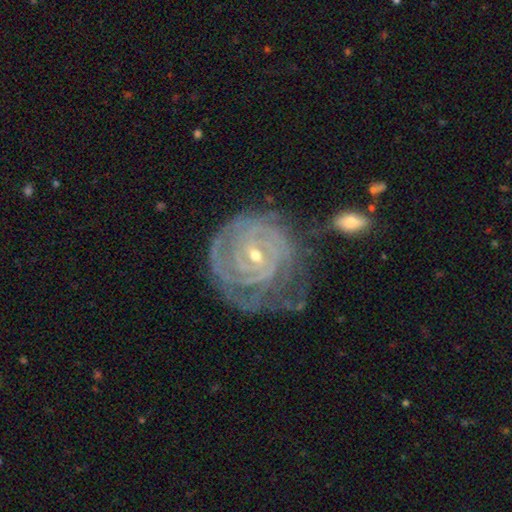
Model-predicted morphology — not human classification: featured or disk 89%, smooth 6%, star or artifact 5%. Down the decision tree: edge-on disk — no (97%); bar — weak (44%); spiral arms — yes (97%); spiral arm count — can't tell (26%); spiral winding — tight (85%); bulge size — small (57%); merging — none (56%).